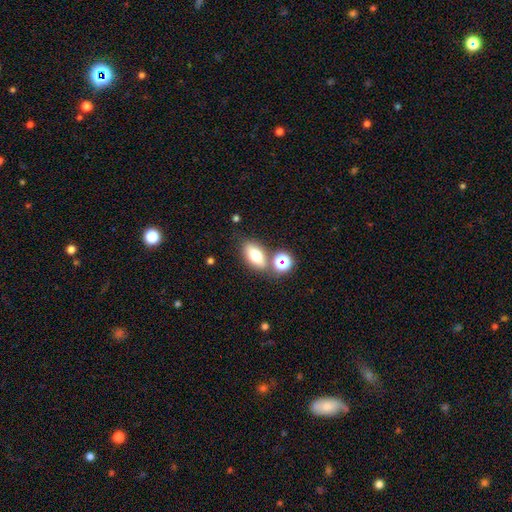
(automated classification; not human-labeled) Smooth or featured? Predicted: smooth (p=0.72). How rounded? Predicted: in between (p=0.82). Merging? Predicted: none (p=0.70).